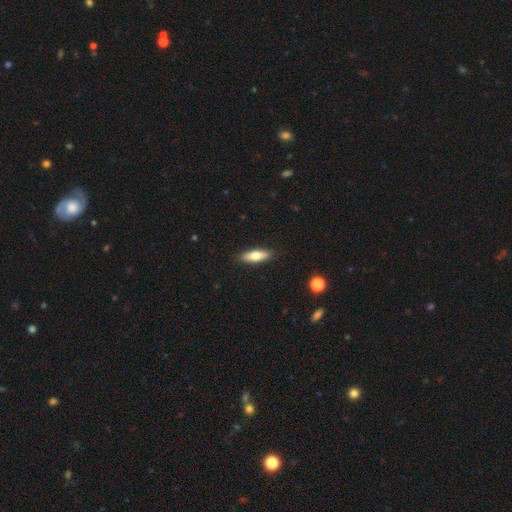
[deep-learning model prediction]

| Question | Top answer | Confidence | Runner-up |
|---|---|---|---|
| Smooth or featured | smooth | 69% | featured or disk (25%) |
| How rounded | cigar-shaped | 51% | in between (47%) |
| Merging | none | 89% | minor disturbance (8%) |